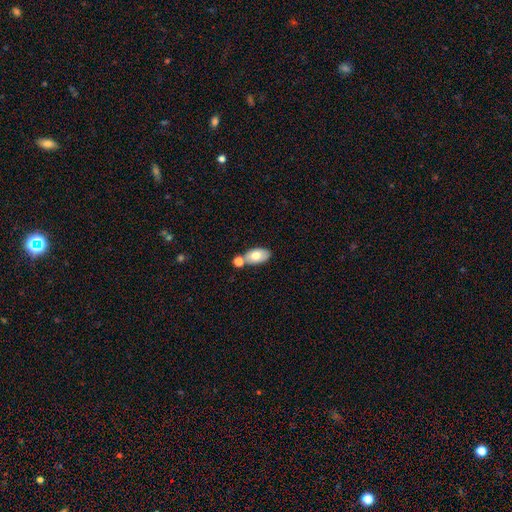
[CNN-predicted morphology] Smooth or featured? Predicted: smooth (p=0.73). How rounded? Predicted: in between (p=0.93). Merging? Predicted: none (p=0.56).